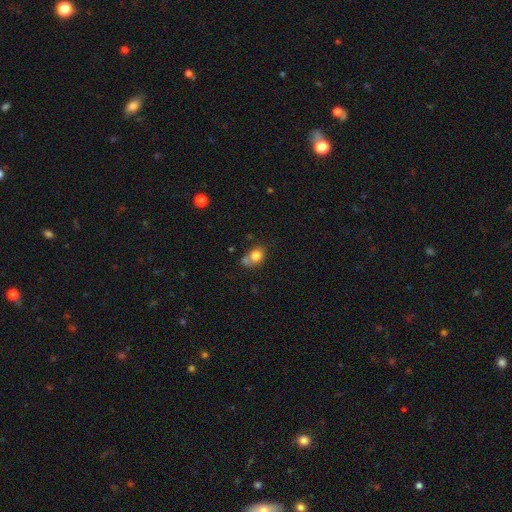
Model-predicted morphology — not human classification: Smooth or featured? Predicted: smooth (p=0.79). How rounded? Predicted: round (p=0.52). Merging? Predicted: none (p=0.44).